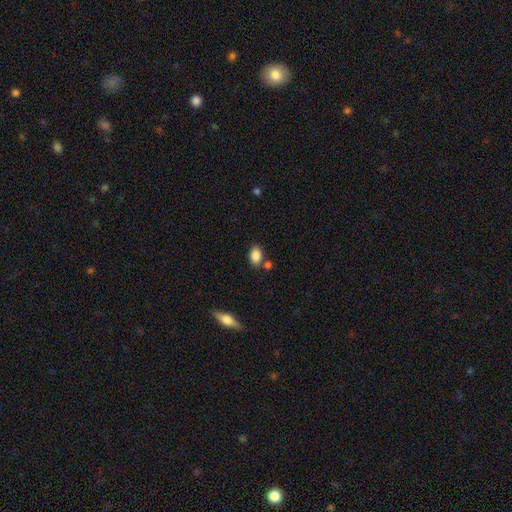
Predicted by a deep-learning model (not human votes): This appears to be a smooth galaxy with no disk features (87%) that is in between round and cigar-shaped (84%). Merging: none (73%).